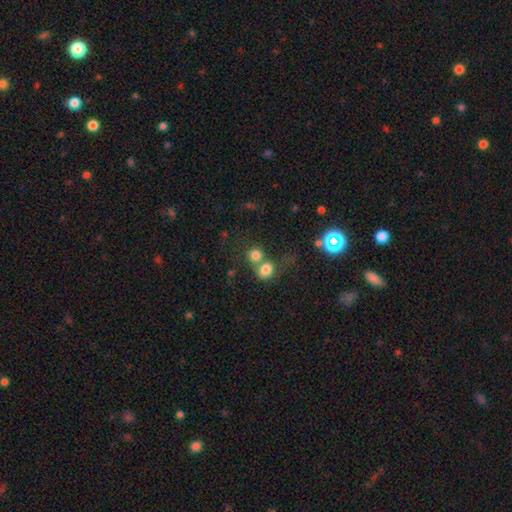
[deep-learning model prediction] smooth-or-featured: smooth: 77% | star or artifact: 14% | featured or disk: 9%
  how-rounded: round: 78% | in between: 21% | cigar-shaped: 1%
  merging: merger: 49% | none: 39% | minor disturbance: 7% | major disturbance: 4%